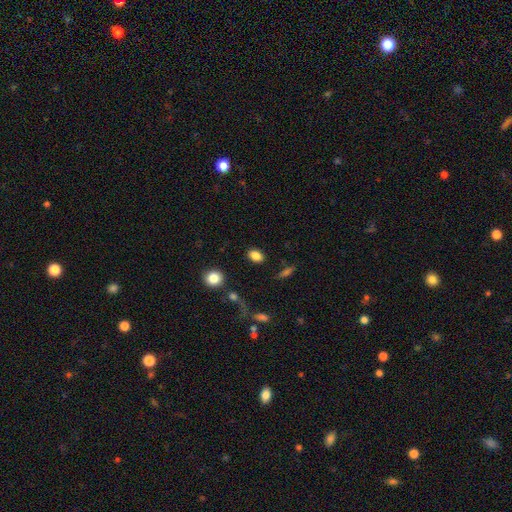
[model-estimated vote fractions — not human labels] This appears to be a smooth galaxy with no disk features (84%) that is in between round and cigar-shaped (75%). Merging: none (86%).